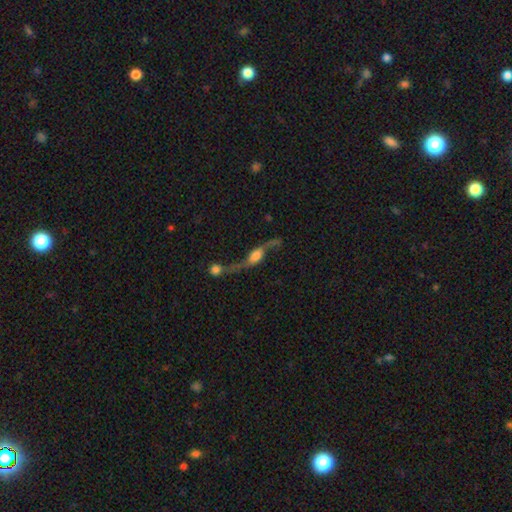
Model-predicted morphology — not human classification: type=featured or disk (74%); edge-on=no (75%); bar=no (57%); spiral arms=yes (87%); bulge=large (36%); merging=merger (46%).